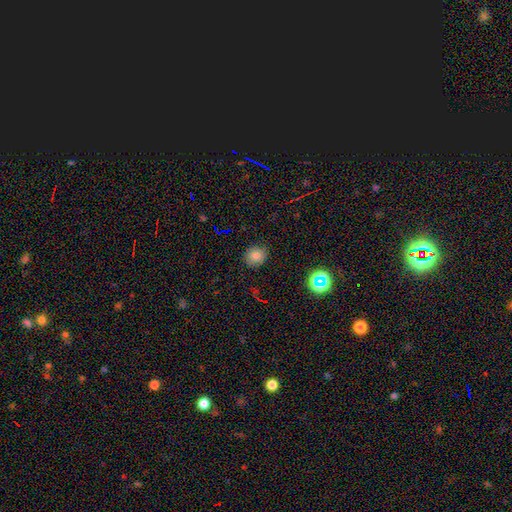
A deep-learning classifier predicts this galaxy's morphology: A smooth galaxy with no disk features (78%) that is round (81%). Merging: none (88%).